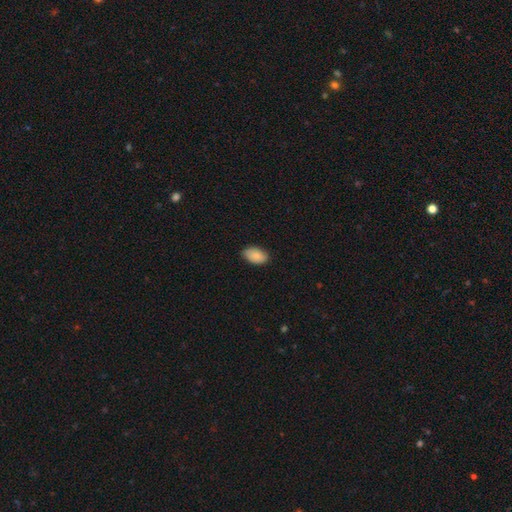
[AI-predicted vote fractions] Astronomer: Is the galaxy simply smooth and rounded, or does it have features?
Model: smooth — 87%.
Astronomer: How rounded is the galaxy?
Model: in between — 93%.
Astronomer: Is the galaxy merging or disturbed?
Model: none — 85%.